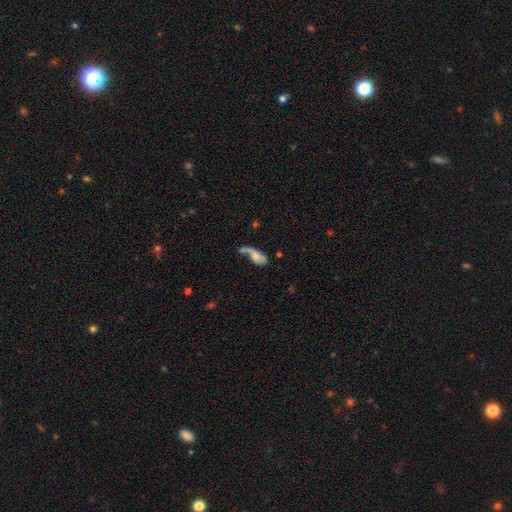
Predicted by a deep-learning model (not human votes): This appears to be a featured or disk galaxy (49%). Merging: major disturbance (33%).